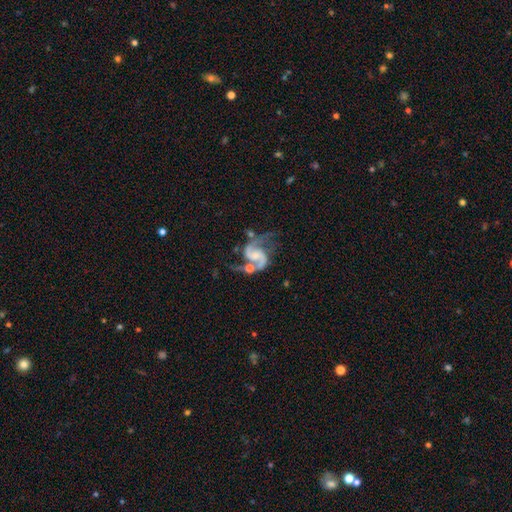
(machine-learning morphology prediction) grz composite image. It shows a featured or disk galaxy (91%) with no bar (47%), 2 (93%) medium (52%) spiral arms (98%) and a small central bulge (46%). Merging: none (43%).